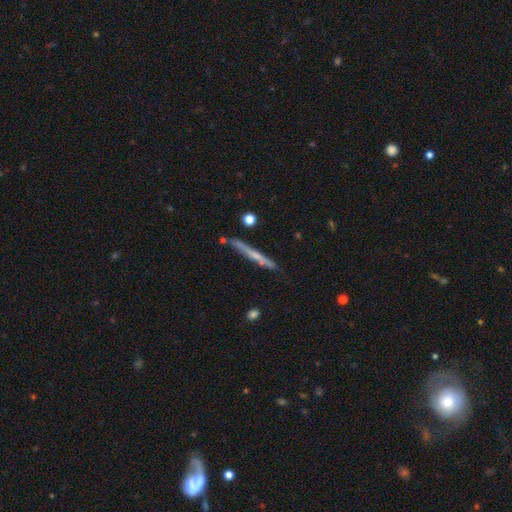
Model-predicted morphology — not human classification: Smooth or featured? Predicted: featured or disk (p=0.51). Edge-on disk? Predicted: yes (p=0.94). Merging? Predicted: none (p=0.80).